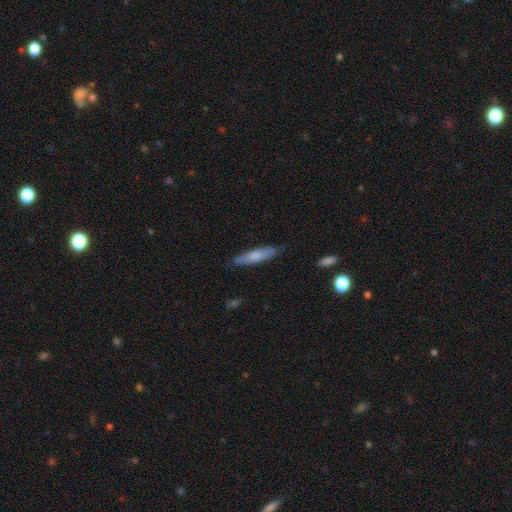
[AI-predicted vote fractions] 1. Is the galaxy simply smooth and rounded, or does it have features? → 69% smooth, 26% featured or disk, 6% star or artifact.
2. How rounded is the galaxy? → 84% cigar-shaped, 15% in between, 1% round.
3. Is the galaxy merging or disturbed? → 81% none, 15% minor disturbance, 2% major disturbance, 1% merger.